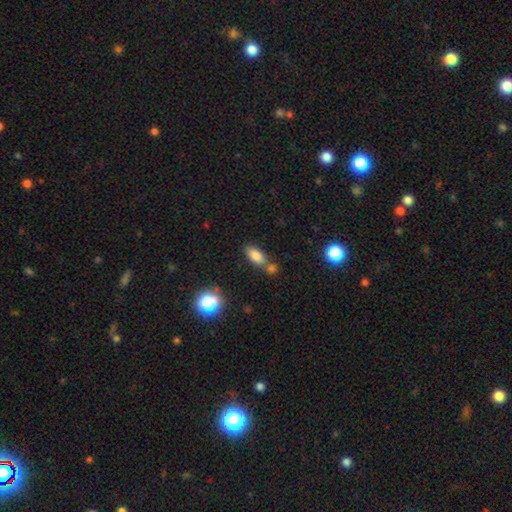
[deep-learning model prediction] This is likely a smooth galaxy (80%). How rounded: clearly in between (84%). Merging: possibly none (52%).